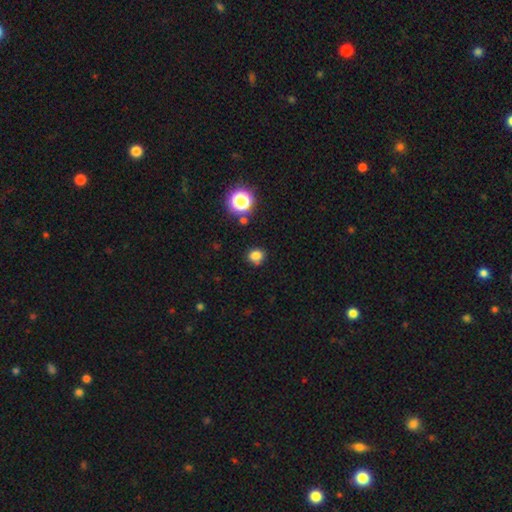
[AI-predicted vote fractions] Overall: smooth (80%). How rounded: round (72%). Merging: none (79%).